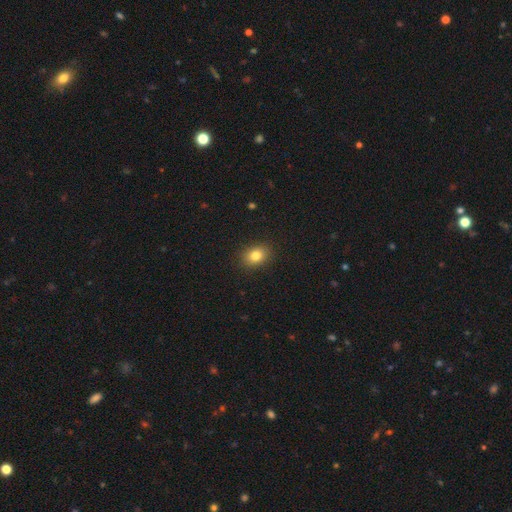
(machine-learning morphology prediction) This is clearly a smooth galaxy (82%). How rounded: possibly in between (55%). Merging: clearly none (90%).